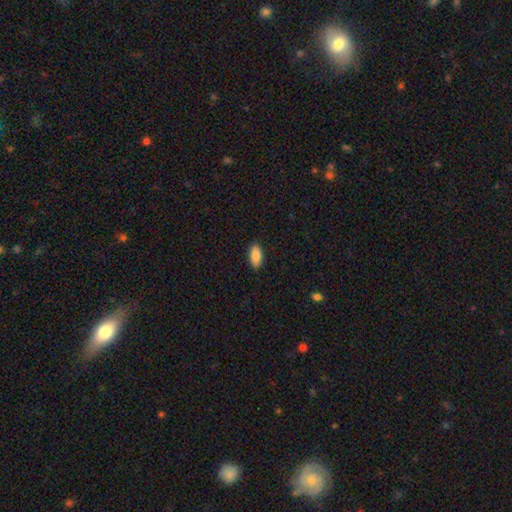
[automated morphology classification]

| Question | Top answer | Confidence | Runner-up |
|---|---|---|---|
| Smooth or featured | smooth | 89% | star or artifact (6%) |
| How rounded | in between | 89% | cigar-shaped (8%) |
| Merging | none | 89% | minor disturbance (8%) |